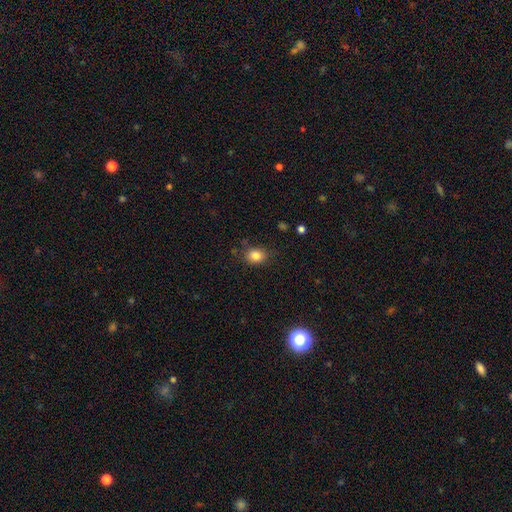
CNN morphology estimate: Overall: smooth (84%). How rounded: round (52%; in between 47%). Merging: none (77%).